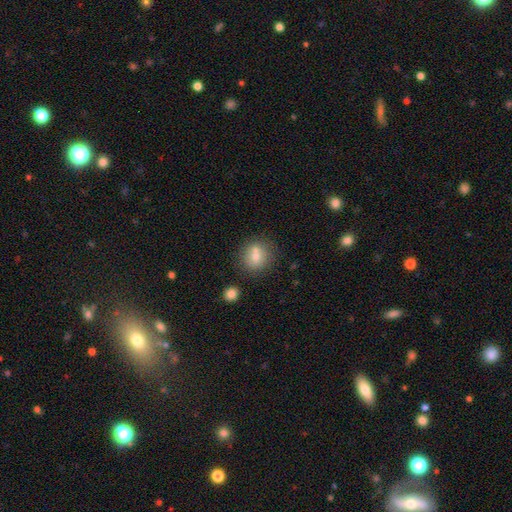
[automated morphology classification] Smooth or featured? smooth (73%)
How rounded? round (81%)
Merging? none (59%)